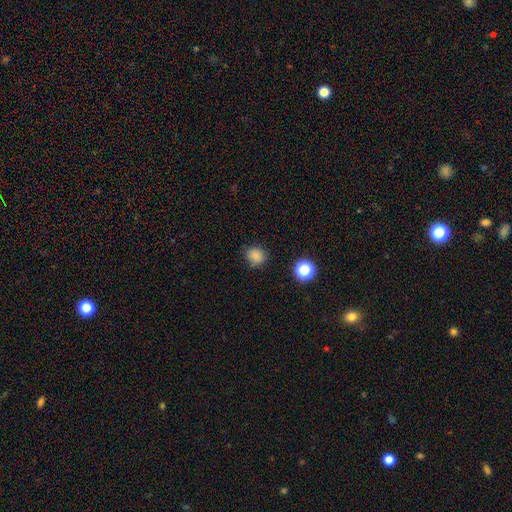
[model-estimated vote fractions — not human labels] Morphology: type=smooth (82%); roundness=round (70%); merging=none (78%).